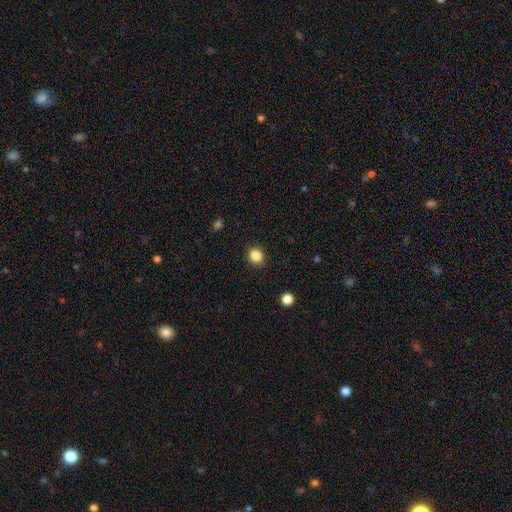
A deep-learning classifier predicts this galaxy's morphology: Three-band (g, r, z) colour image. It shows a smooth galaxy with no disk features (86%) that is round (70%). Merging: none (90%).